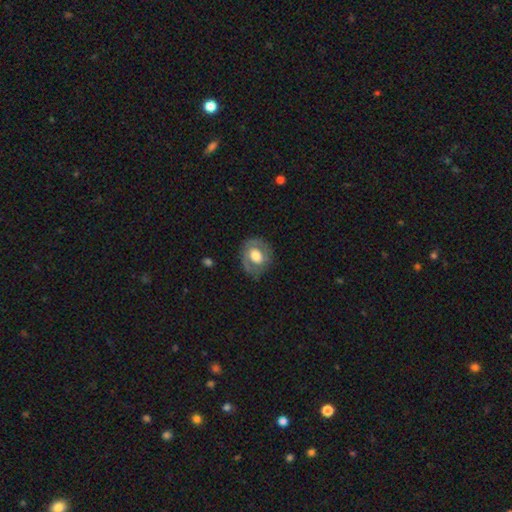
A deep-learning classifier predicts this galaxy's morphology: Q: Smooth or featured?
A: featured or disk (55%); runner-up: smooth (38%)
Q: Edge-on disk?
A: no (96%); runner-up: yes (4%)
Q: Bar?
A: no (59%); runner-up: weak (31%)
Q: Spiral arms?
A: yes (58%); runner-up: no (42%)
Q: Bulge size?
A: moderate (45%); runner-up: large (44%)
Q: Merging?
A: none (74%); runner-up: minor disturbance (17%)